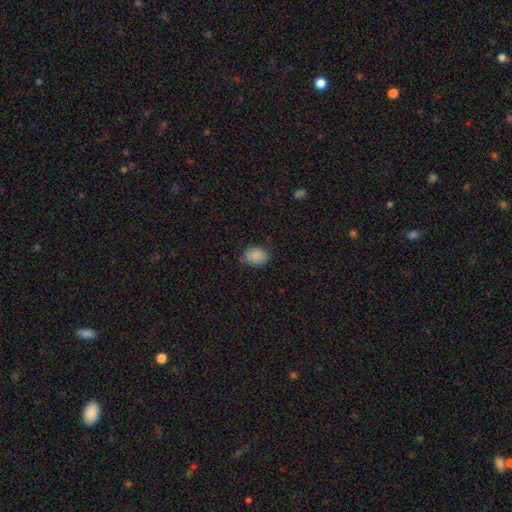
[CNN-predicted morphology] smooth_or_featured: smooth (p=0.86) [alt: star or artifact p=0.08]
how_rounded: in between (p=0.59) [alt: round p=0.40]
merging: none (p=0.75) [alt: minor disturbance p=0.20]